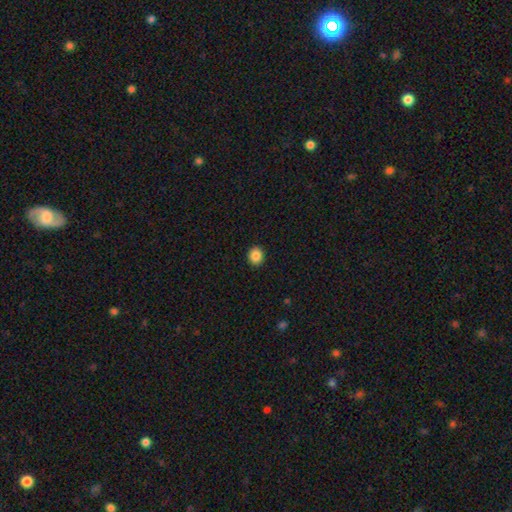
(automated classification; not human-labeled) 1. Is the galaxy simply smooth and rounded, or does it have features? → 87% smooth, 10% star or artifact, 4% featured or disk.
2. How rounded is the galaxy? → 77% round, 22% in between, 1% cigar-shaped.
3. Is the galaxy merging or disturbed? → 92% none, 5% minor disturbance, 2% major disturbance, 1% merger.